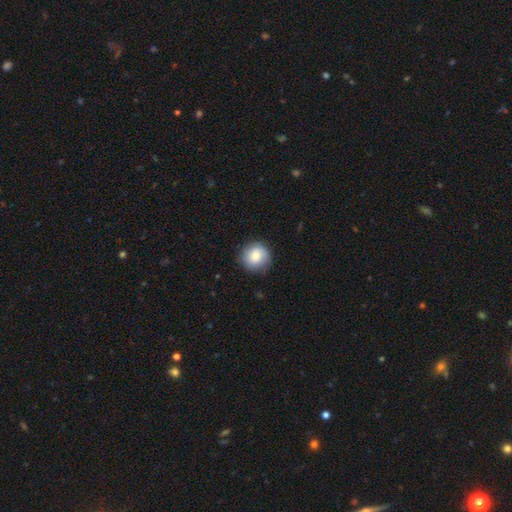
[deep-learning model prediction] A smooth galaxy with no disk features (77%) that is round (93%).

Vote fractions:
- Smooth or featured? smooth: 77% / featured or disk: 16% / star or artifact: 8%
- How rounded? round: 93% / in between: 6% / cigar-shaped: 1%
- Merging? none: 85% / minor disturbance: 11% / major disturbance: 3% / merger: 1%